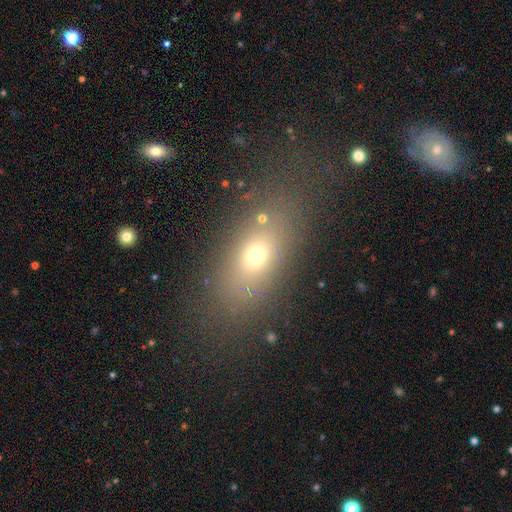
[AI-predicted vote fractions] Q: Smooth or featured?
A: smooth (66%); runner-up: featured or disk (18%)
Q: How rounded?
A: in between (72%); runner-up: cigar-shaped (15%)
Q: Merging?
A: none (75%); runner-up: minor disturbance (13%)